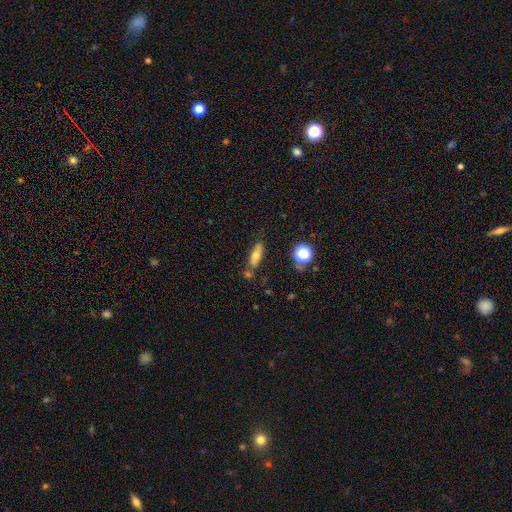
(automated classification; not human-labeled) Q: Smooth or featured?
A: smooth (63%); runner-up: featured or disk (26%)
Q: How rounded?
A: in between (54%); runner-up: cigar-shaped (40%)
Q: Merging?
A: none (68%); runner-up: minor disturbance (16%)